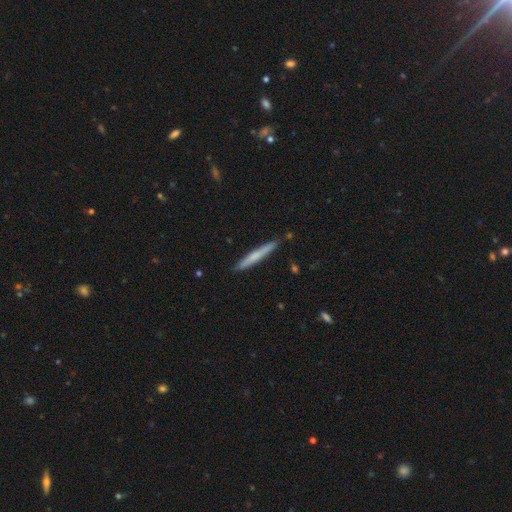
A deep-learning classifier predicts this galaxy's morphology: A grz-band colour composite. It shows a smooth galaxy with no disk features (58%) that is cigar-shaped (96%). Merging: none (89%).